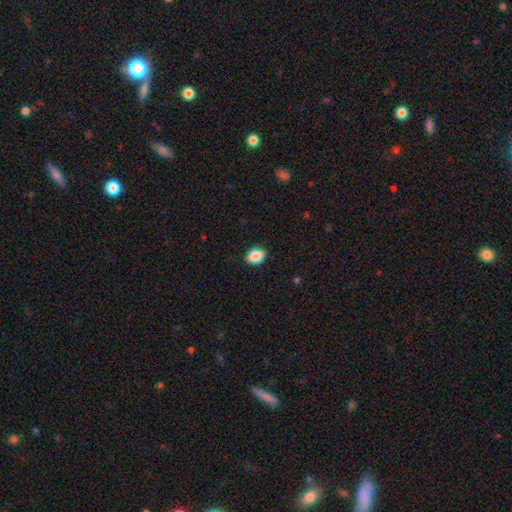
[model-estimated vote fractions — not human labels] smooth-or-featured: smooth: 89% | star or artifact: 8% | featured or disk: 4%
  how-rounded: in between: 71% | round: 28% | cigar-shaped: 1%
  merging: none: 89% | minor disturbance: 8% | major disturbance: 2% | merger: 1%